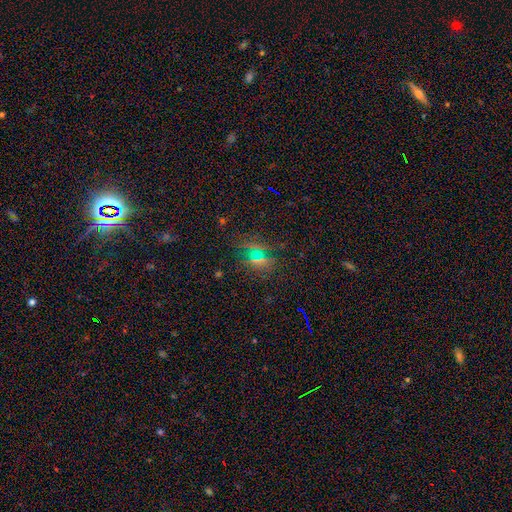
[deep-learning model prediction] Smooth or featured? Predicted: star or artifact (p=0.50).